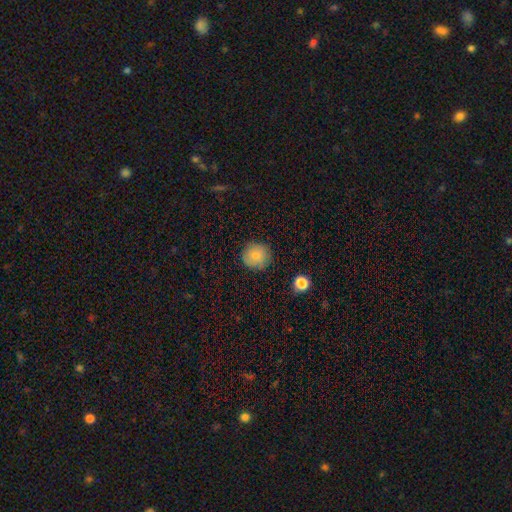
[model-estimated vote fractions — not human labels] The model was most divided on "smooth or featured": smooth: 80%, featured or disk: 11%, star or artifact: 9%. More confident: how rounded — round (92%); merging — none (87%).